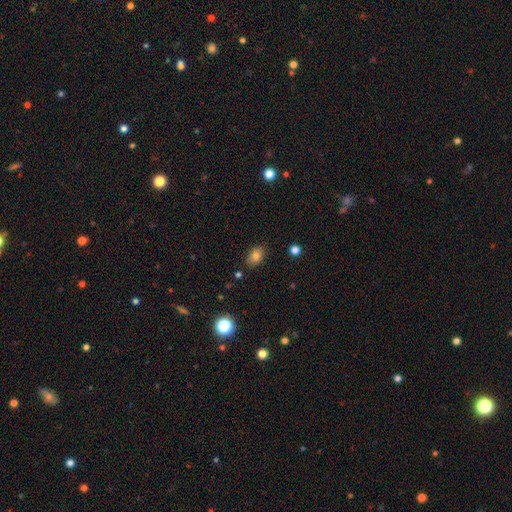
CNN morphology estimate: Smooth or featured? Predicted: smooth (p=0.81). How rounded? Predicted: in between (p=0.82). Merging? Predicted: none (p=0.82).